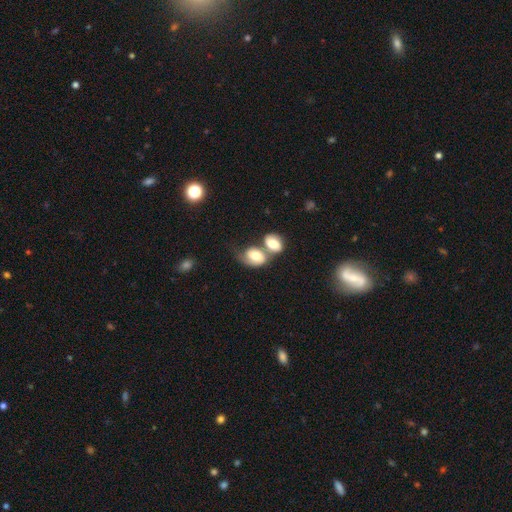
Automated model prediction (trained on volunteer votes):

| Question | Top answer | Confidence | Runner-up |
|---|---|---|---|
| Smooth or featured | smooth | 54% | featured or disk (38%) |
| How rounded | in between | 70% | round (29%) |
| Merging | merger | 65% | none (16%) |